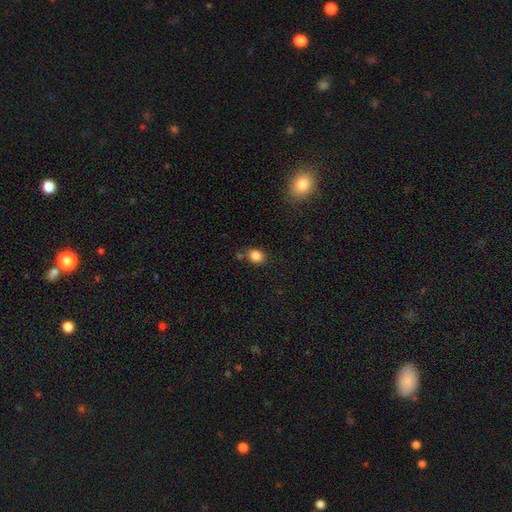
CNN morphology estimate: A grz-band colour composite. It shows a smooth galaxy with no disk features (85%) that is round (58%). Merging: none (73%).